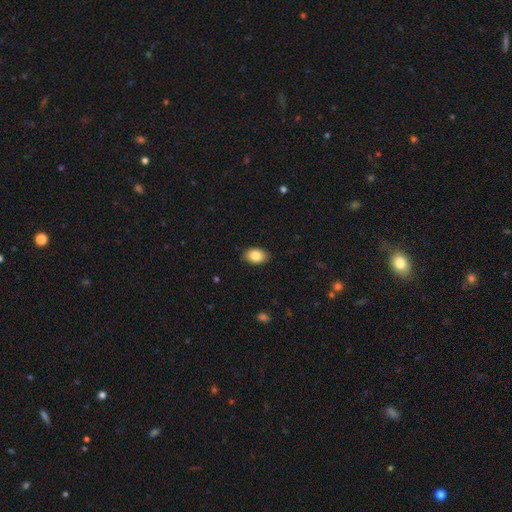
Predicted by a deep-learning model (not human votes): The model was most divided on "how rounded": in between: 85%, round: 14%, cigar-shaped: 1%. More confident: merging — none (89%); smooth or featured — smooth (85%).